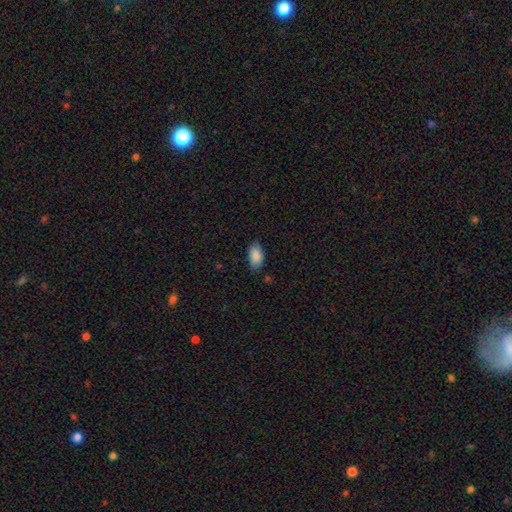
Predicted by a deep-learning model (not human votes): A smooth galaxy with no disk features (89%) that is in between round and cigar-shaped (94%). Merging: none (81%).